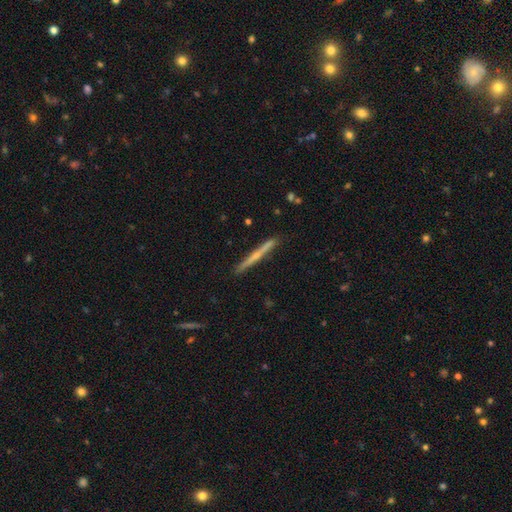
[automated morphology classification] smooth_or_featured: featured or disk (p=0.63) [alt: smooth p=0.32]
disk_edge_on: yes (p=0.98) [alt: no p=0.02]
edge_on_bulge: rounded (p=0.48) [alt: none p=0.46]
merging: none (p=0.90) [alt: minor disturbance p=0.08]